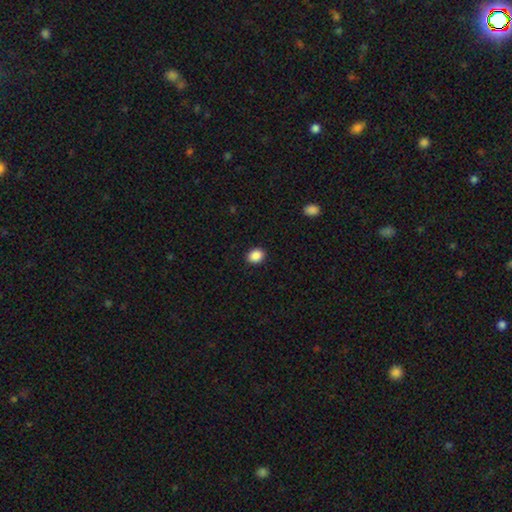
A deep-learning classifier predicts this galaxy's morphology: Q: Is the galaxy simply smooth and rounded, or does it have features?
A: smooth — 89%.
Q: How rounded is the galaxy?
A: in between — 52%.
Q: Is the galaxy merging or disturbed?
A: none — 91%.